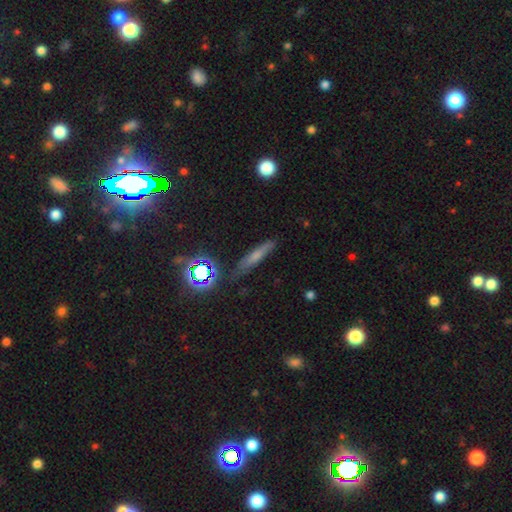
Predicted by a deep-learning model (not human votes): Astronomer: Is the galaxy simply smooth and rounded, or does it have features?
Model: smooth — 56%.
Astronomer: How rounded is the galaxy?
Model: cigar-shaped — 83%.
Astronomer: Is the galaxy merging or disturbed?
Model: none — 78%.